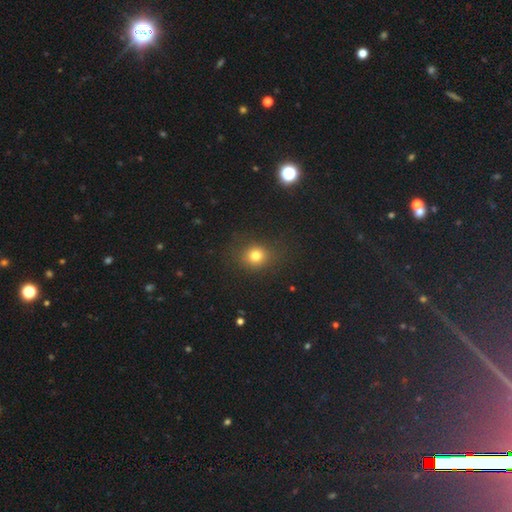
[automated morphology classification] The model was most divided on "how rounded": round: 77%, in between: 22%, cigar-shaped: 1%. More confident: merging — none (83%); smooth or featured — smooth (76%).